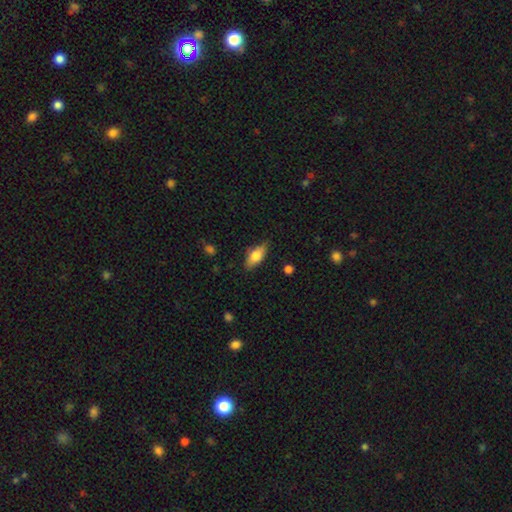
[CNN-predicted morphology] A smooth galaxy with no disk features (71%) that is in between round and cigar-shaped (81%).

Vote fractions:
- Smooth or featured? smooth: 71% / featured or disk: 22% / star or artifact: 7%
- How rounded? in between: 81% / cigar-shaped: 16% / round: 4%
- Merging? none: 76% / minor disturbance: 19% / major disturbance: 4% / merger: 2%